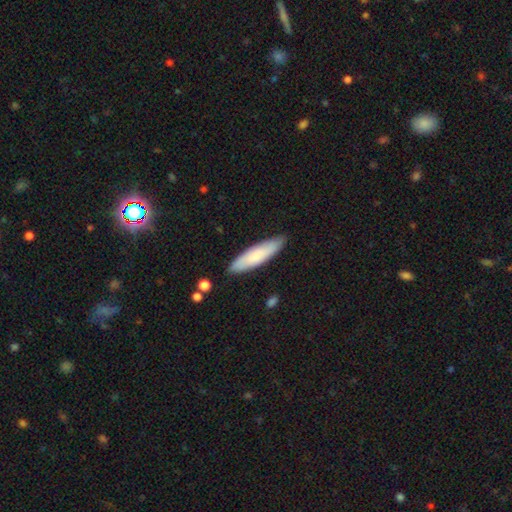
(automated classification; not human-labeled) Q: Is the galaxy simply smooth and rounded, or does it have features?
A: smooth — 75%.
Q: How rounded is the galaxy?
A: cigar-shaped — 72%.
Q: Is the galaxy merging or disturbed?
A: none — 86%.